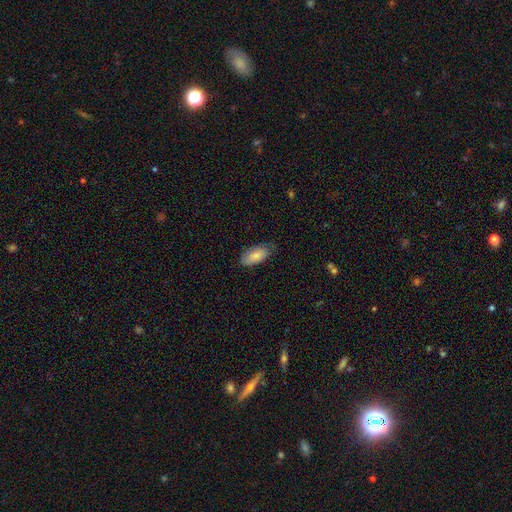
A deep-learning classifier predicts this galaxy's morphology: smooth-or-featured: smooth: 79% | featured or disk: 15% | star or artifact: 6%
  how-rounded: in between: 92% | cigar-shaped: 6% | round: 2%
  merging: none: 66% | minor disturbance: 28% | major disturbance: 5% | merger: 1%